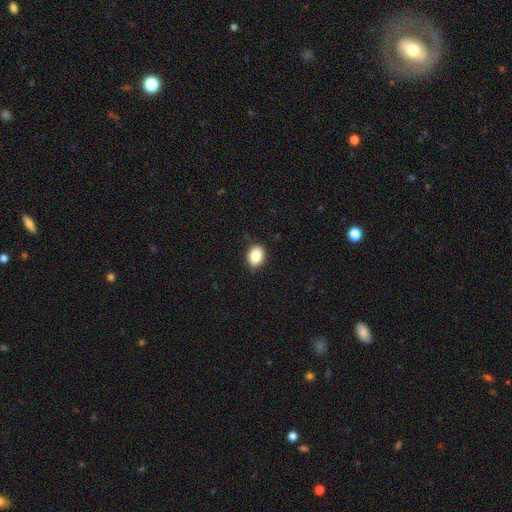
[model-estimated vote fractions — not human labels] Morphology: type=smooth (86%); roundness=in between (71%); merging=none (87%).